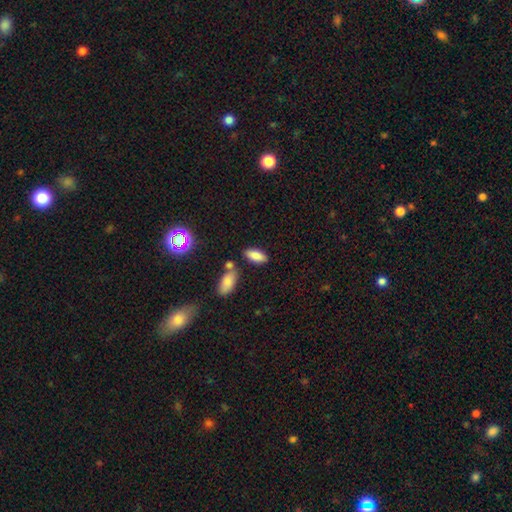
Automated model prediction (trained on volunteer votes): Morphology: type=smooth (83%); roundness=in between (83%); merging=none (74%).